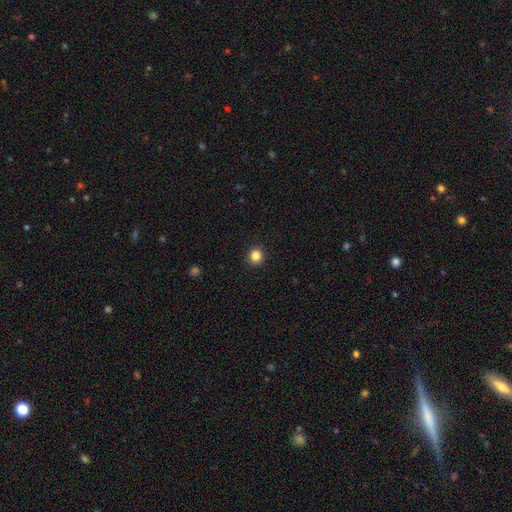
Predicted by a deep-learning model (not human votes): smooth-or-featured: smooth: 85% | star or artifact: 11% | featured or disk: 4%
  how-rounded: round: 92% | in between: 7% | cigar-shaped: 1%
  merging: none: 92% | minor disturbance: 5% | major disturbance: 2% | merger: 1%